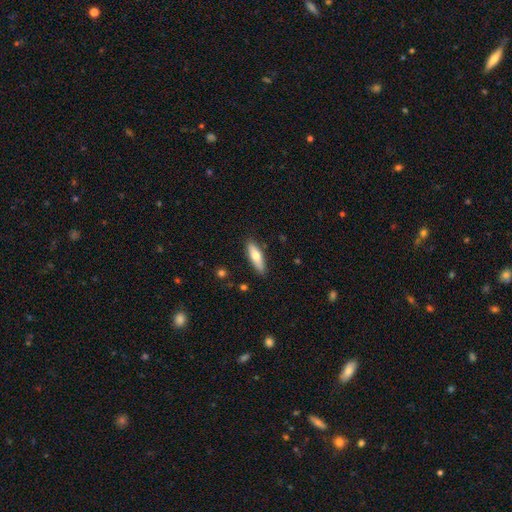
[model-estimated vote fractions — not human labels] Overall: smooth (67%; featured or disk 28%). How rounded: cigar-shaped (53%; in between 45%). Merging: none (86%).